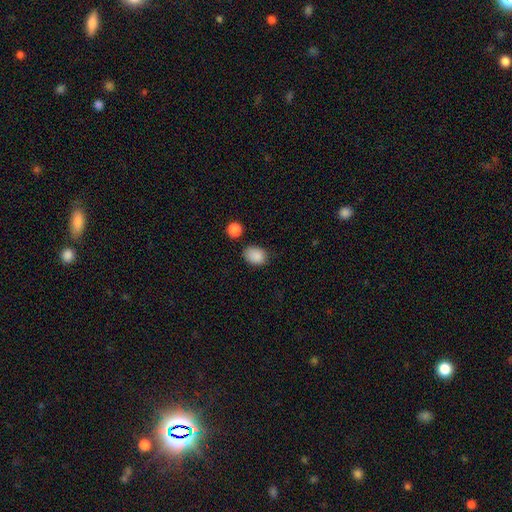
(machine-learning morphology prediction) A smooth galaxy with no disk features (88%) that is in between round and cigar-shaped (72%). Merging: none (75%).